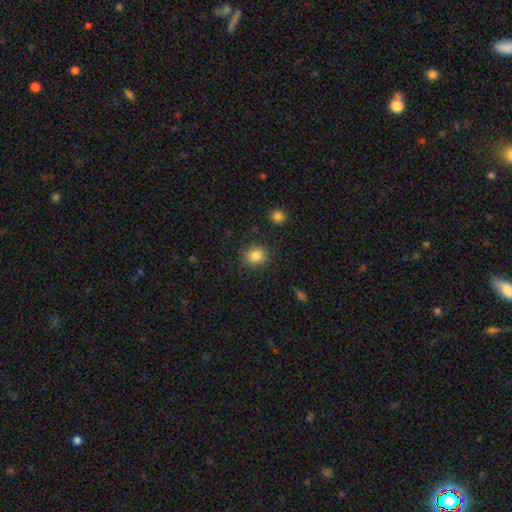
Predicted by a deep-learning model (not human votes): The model was most divided on "how rounded": round: 74%, in between: 25%, cigar-shaped: 1%. More confident: merging — none (86%); smooth or featured — smooth (84%).